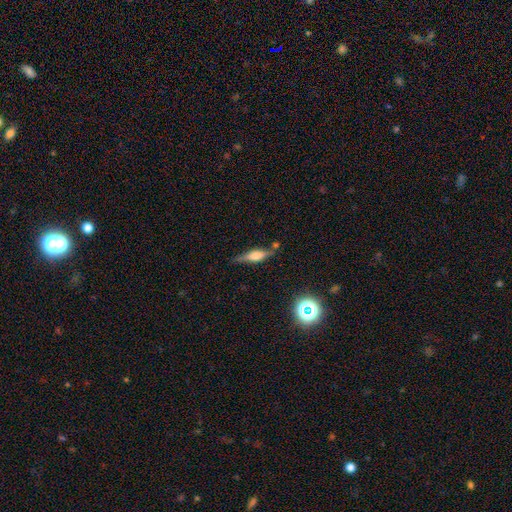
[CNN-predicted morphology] smooth_or_featured: featured or disk (p=0.55) [alt: smooth p=0.35]
disk_edge_on: yes (p=0.93) [alt: no p=0.07]
edge_on_bulge: rounded (p=0.69) [alt: boxy p=0.27]
merging: none (p=0.71) [alt: minor disturbance p=0.18]